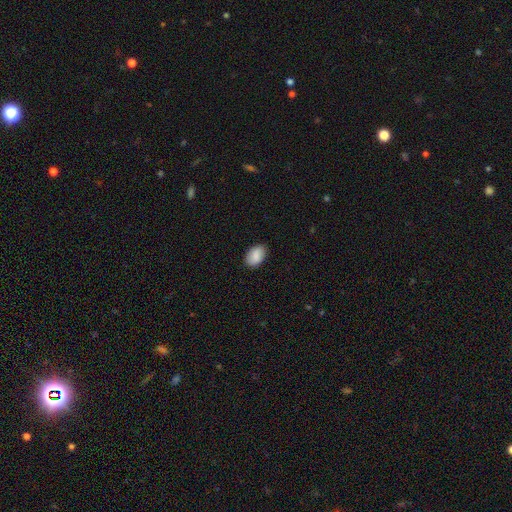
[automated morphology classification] type=smooth (87%); roundness=in between (89%); merging=none (86%).